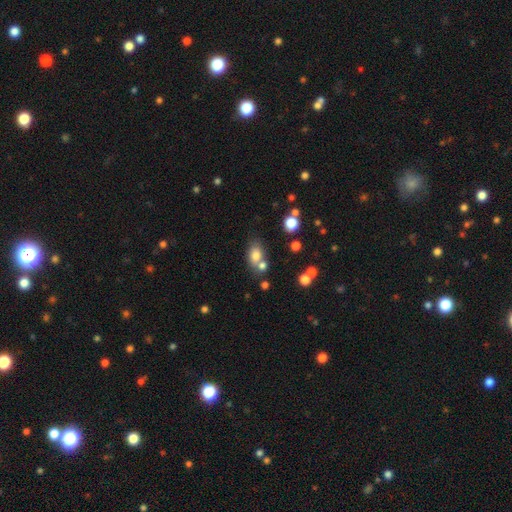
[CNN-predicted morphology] Overall: smooth (76%). How rounded: in between (76%). Merging: none (54%; merger 27%).